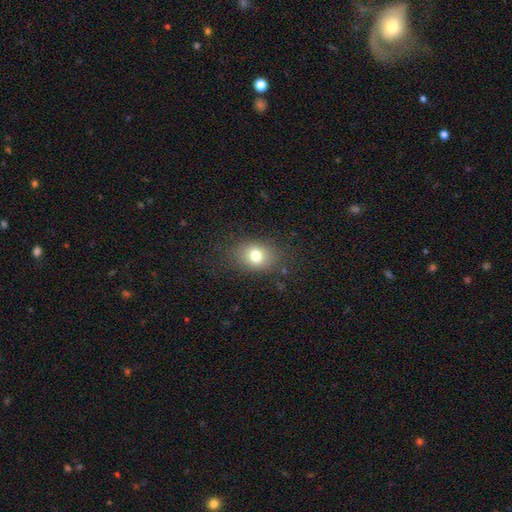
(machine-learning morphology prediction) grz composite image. It shows a smooth galaxy with no disk features (76%) that is in between round and cigar-shaped (61%). Merging: none (80%).